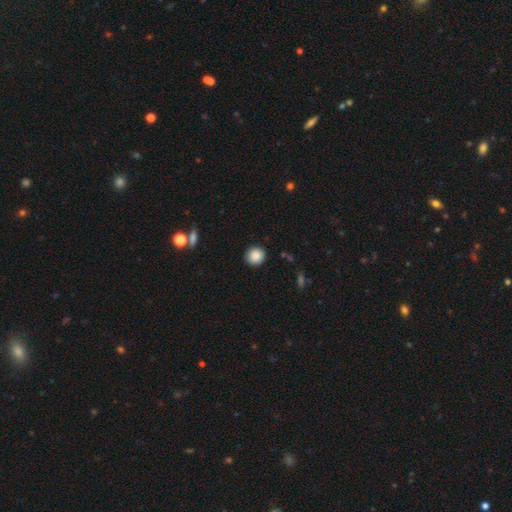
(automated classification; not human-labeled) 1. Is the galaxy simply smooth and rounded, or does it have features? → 87% smooth, 9% star or artifact, 4% featured or disk.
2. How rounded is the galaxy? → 89% round, 10% in between, 1% cigar-shaped.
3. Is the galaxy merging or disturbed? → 89% none, 7% minor disturbance, 2% major disturbance, 1% merger.